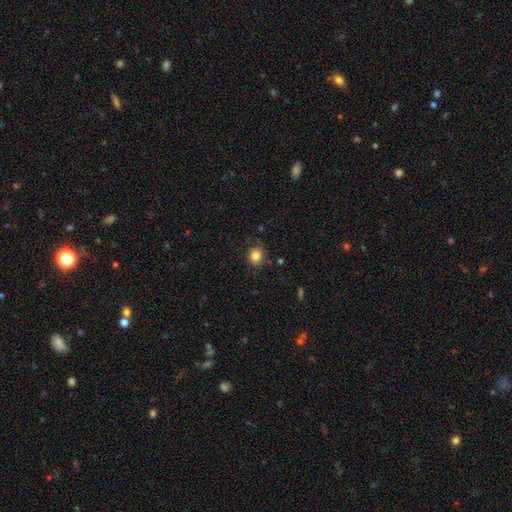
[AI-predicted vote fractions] Smooth or featured: smooth — 84% (star or artifact — 10%)
How rounded: round — 71% (in between — 28%)
Merging: none — 80% (minor disturbance — 14%)